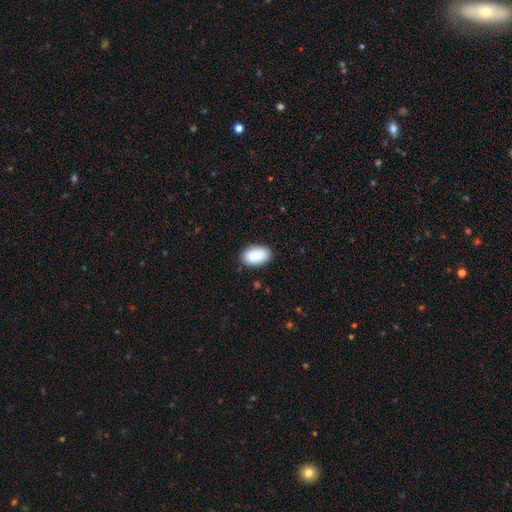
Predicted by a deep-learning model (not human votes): Smooth or featured? Predicted: smooth (p=0.87). How rounded? Predicted: in between (p=0.92). Merging? Predicted: none (p=0.84).